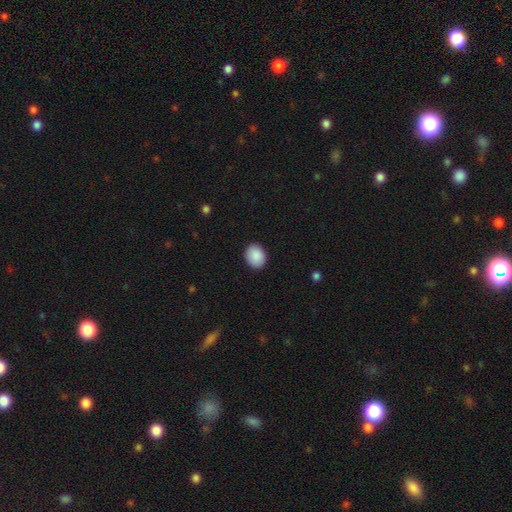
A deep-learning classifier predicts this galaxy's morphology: Smooth or featured? smooth (90%)
How rounded? in between (50%)
Merging? none (90%)